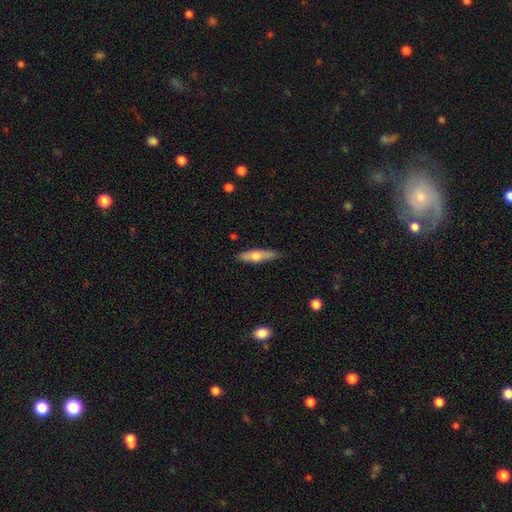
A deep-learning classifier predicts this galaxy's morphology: Q: Smooth or featured?
A: smooth (51%); runner-up: featured or disk (43%)
Q: How rounded?
A: cigar-shaped (74%); runner-up: in between (24%)
Q: Merging?
A: none (84%); runner-up: minor disturbance (12%)